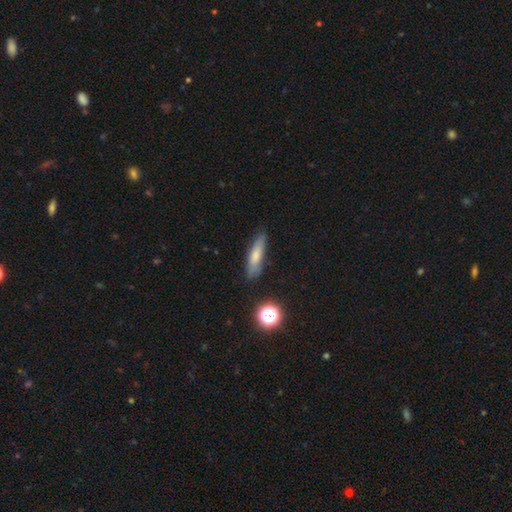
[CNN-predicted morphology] This appears to be a smooth galaxy with no disk features (69%) that is cigar-shaped (72%). Merging: none (79%).